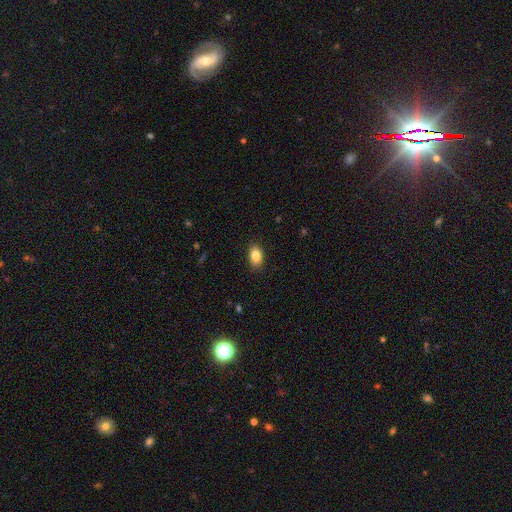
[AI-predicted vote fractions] This appears to be a smooth galaxy with no disk features (84%) that is in between round and cigar-shaped (86%). Merging: none (88%).